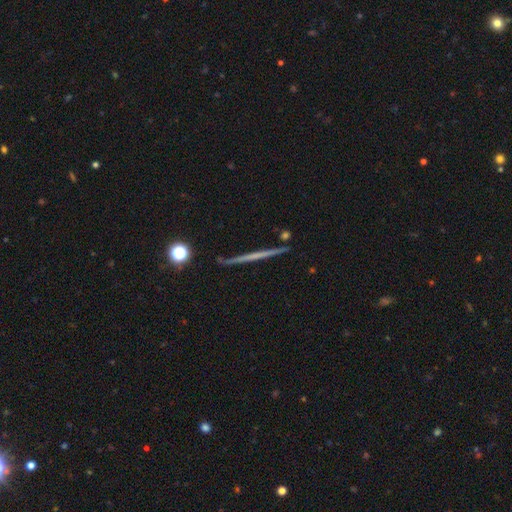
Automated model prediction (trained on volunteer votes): Smooth or featured?
  - featured or disk: 63% *
  - smooth: 30%
  - star or artifact: 7%
Edge-on disk?
  - yes: 98% *
  - no: 2%
Edge-on bulge?
  - none: 88% *
  - rounded: 9%
  - boxy: 4%
Merging?
  - none: 90% *
  - minor disturbance: 6%
  - merger: 2%
  - major disturbance: 1%